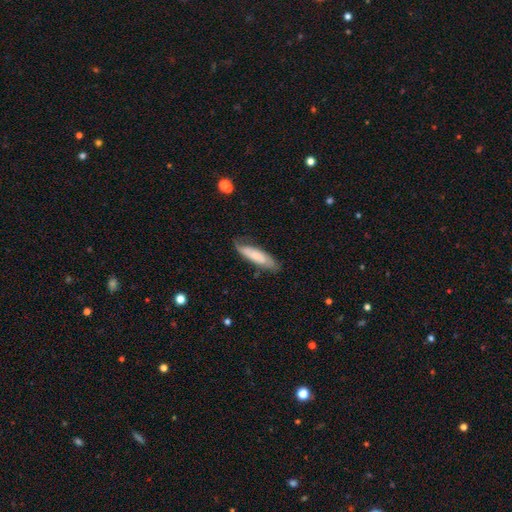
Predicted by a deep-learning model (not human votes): Overall: smooth (57%; featured or disk 37%). How rounded: cigar-shaped (66%; in between 32%). Merging: none (68%).